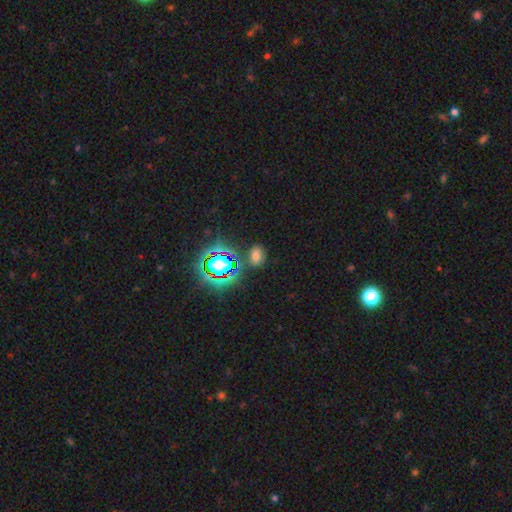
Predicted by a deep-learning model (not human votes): Smooth or featured? smooth (56%)
How rounded? in between (77%)
Merging? none (78%)